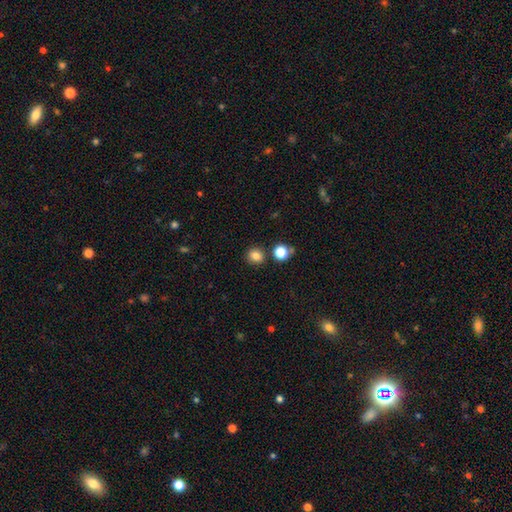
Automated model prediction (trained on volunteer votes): smooth 82%, star or artifact 13%, featured or disk 5%. Down the decision tree: how rounded — round (84%); merging — none (84%).